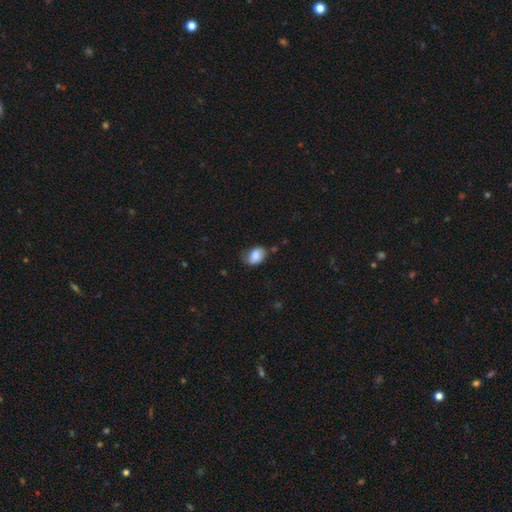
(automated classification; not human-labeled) A smooth galaxy with no disk features (78%) that is in between round and cigar-shaped (80%).

Vote fractions:
- Smooth or featured? smooth: 78% / featured or disk: 14% / star or artifact: 8%
- How rounded? in between: 80% / round: 19% / cigar-shaped: 1%
- Merging? none: 53% / minor disturbance: 34% / major disturbance: 10% / merger: 3%